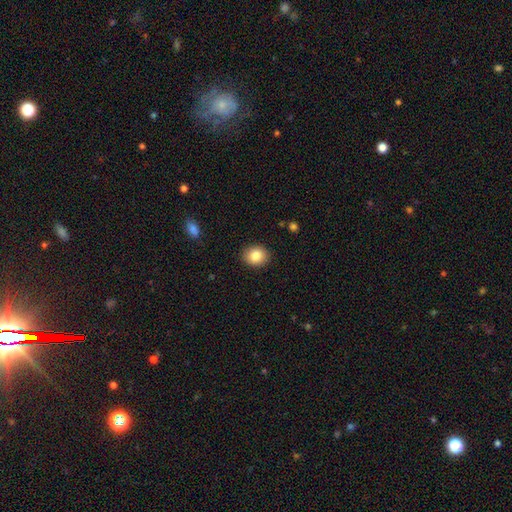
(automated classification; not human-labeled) Smooth or featured? smooth (85%)
How rounded? round (58%)
Merging? none (90%)